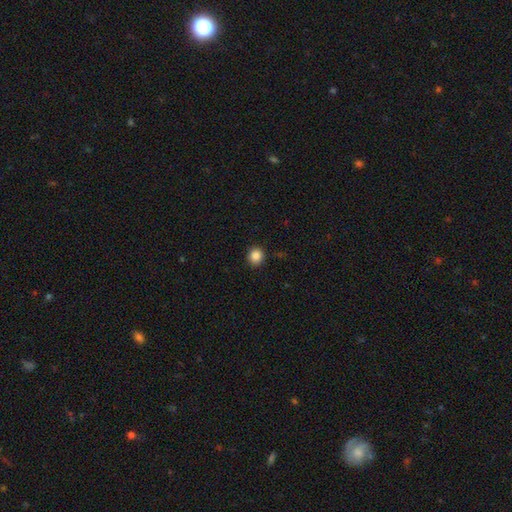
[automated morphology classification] Overall: smooth (86%). How rounded: round (87%). Merging: none (90%).